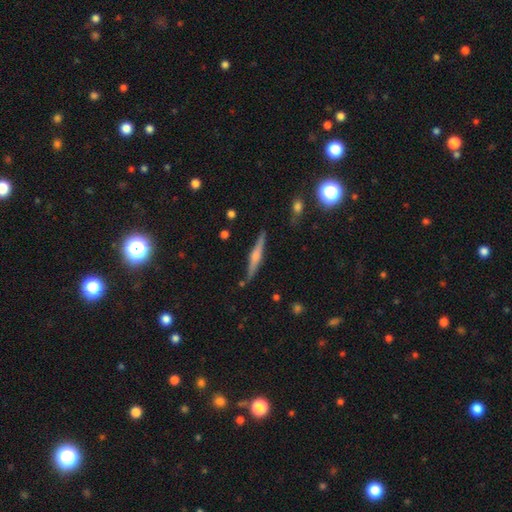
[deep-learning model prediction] featured or disk 71%, smooth 22%, star or artifact 7%. Down the decision tree: edge-on disk — yes (98%); edge-on bulge — rounded (80%); merging — none (88%).